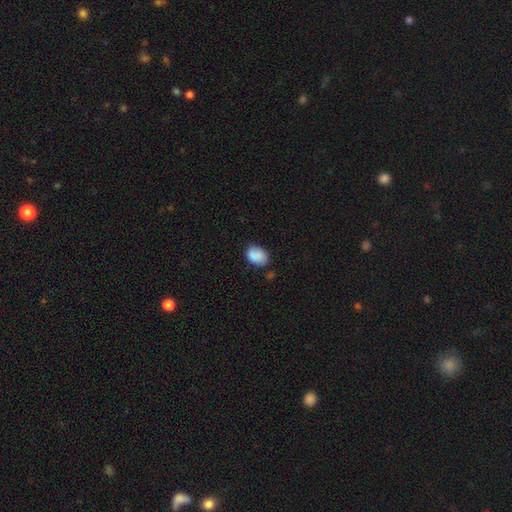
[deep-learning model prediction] This appears to be a smooth galaxy with no disk features (86%) that is in between round and cigar-shaped (79%). Merging: none (68%).